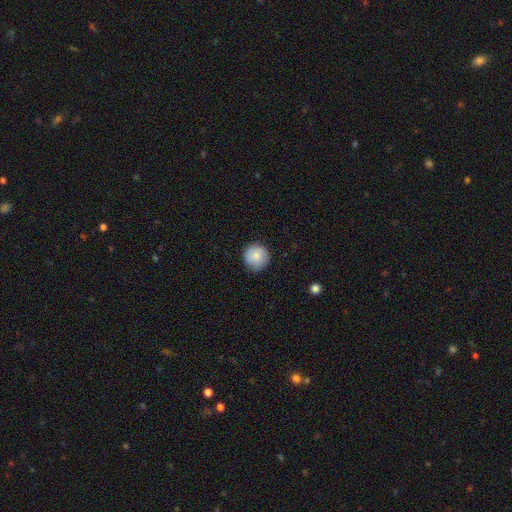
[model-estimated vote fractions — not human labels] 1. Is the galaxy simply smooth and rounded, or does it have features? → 81% smooth, 11% featured or disk, 7% star or artifact.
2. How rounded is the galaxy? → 95% round, 4% in between, 1% cigar-shaped.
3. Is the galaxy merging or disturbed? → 86% none, 10% minor disturbance, 2% major disturbance, 1% merger.